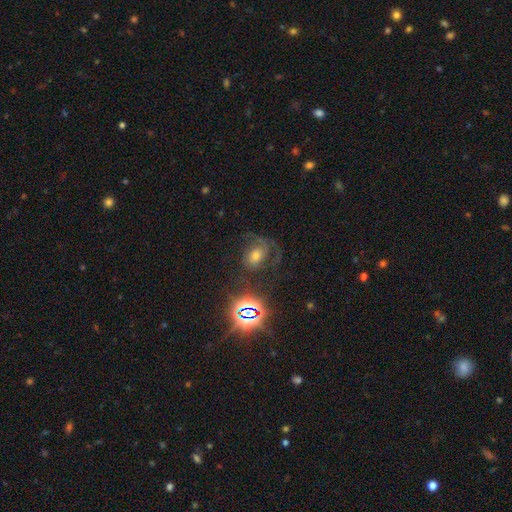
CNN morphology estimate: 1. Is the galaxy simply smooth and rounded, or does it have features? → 44% featured or disk, 30% star or artifact, 26% smooth.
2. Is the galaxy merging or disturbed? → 52% none, 27% major disturbance, 18% minor disturbance, 3% merger.